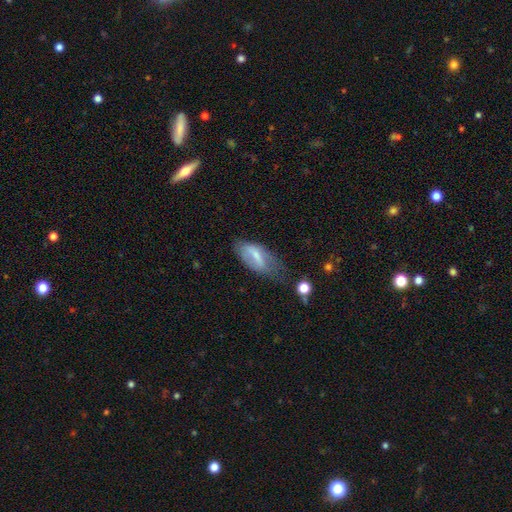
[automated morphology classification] type=smooth (52%); roundness=in between (84%); merging=none (42%).